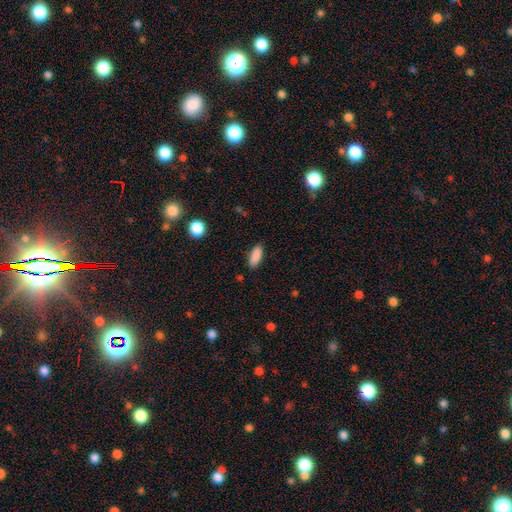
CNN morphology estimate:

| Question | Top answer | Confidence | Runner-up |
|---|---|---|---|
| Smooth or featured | smooth | 89% | star or artifact (7%) |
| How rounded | in between | 73% | cigar-shaped (25%) |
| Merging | none | 87% | minor disturbance (10%) |